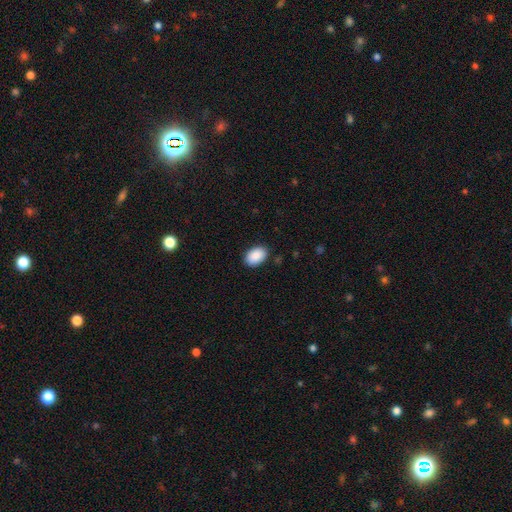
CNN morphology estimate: Smooth or featured? Predicted: smooth (p=0.90). How rounded? Predicted: in between (p=0.90). Merging? Predicted: none (p=0.88).